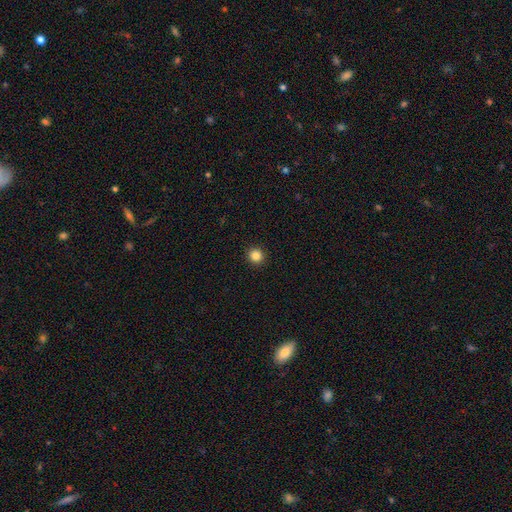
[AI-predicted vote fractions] Smooth or featured: smooth — 84% (star or artifact — 12%)
How rounded: round — 94% (in between — 5%)
Merging: none — 94% (minor disturbance — 4%)